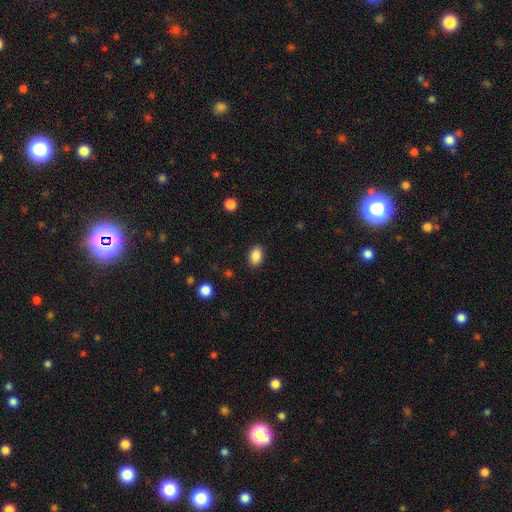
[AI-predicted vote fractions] A smooth galaxy with no disk features (88%) that is in between round and cigar-shaped (82%). Merging: none (88%).